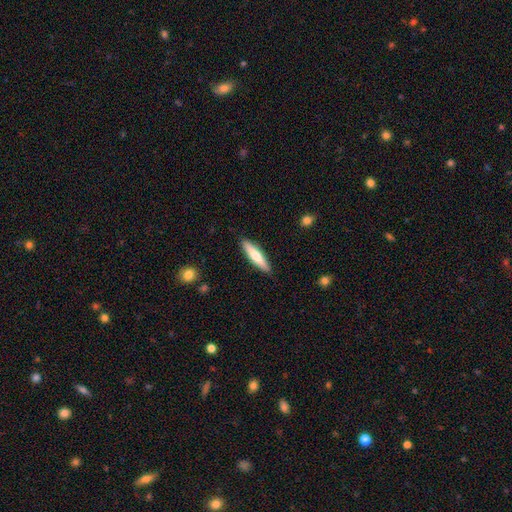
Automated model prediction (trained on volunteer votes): A smooth galaxy with no disk features (62%) that is cigar-shaped (83%).

Vote fractions:
- Smooth or featured? smooth: 62% / featured or disk: 32% / star or artifact: 5%
- How rounded? cigar-shaped: 83% / in between: 16% / round: 1%
- Merging? none: 90% / minor disturbance: 8% / major disturbance: 2% / merger: 1%